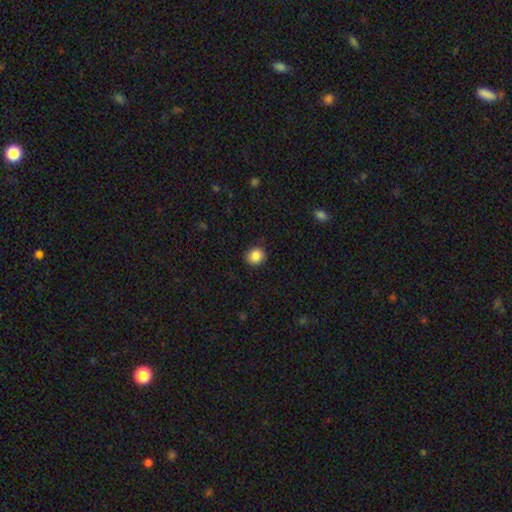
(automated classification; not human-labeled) Smooth or featured: smooth — 87% (star or artifact — 9%)
How rounded: round — 83% (in between — 16%)
Merging: none — 88% (minor disturbance — 9%)